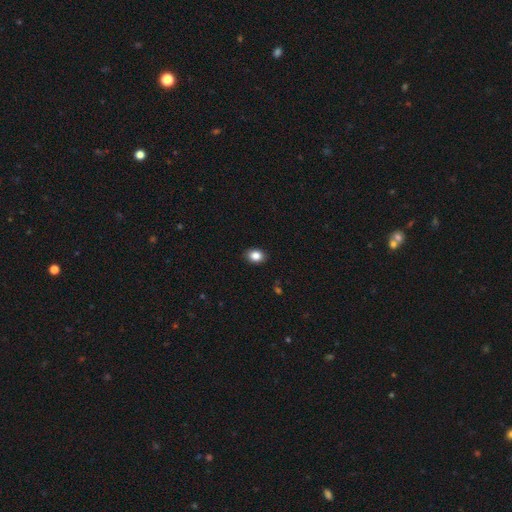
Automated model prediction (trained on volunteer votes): smooth-or-featured: smooth: 86% | star or artifact: 9% | featured or disk: 5%
  how-rounded: in between: 65% | round: 34% | cigar-shaped: 1%
  merging: none: 88% | minor disturbance: 9% | major disturbance: 2% | merger: 1%